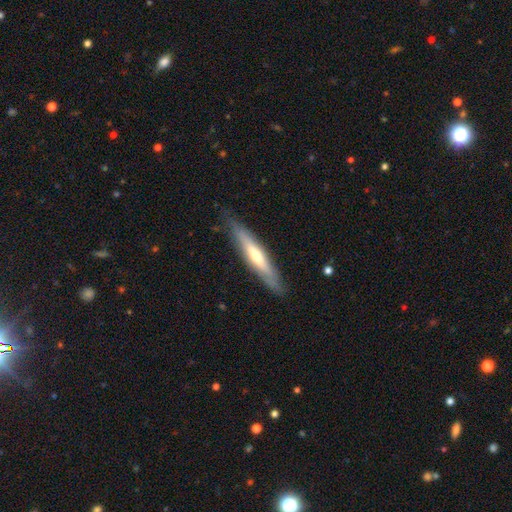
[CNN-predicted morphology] smooth-or-featured: featured or disk: 54% | smooth: 40% | star or artifact: 6%
  disk-edge-on: yes: 85% | no: 15%
  merging: none: 83% | minor disturbance: 13% | major disturbance: 3% | merger: 1%